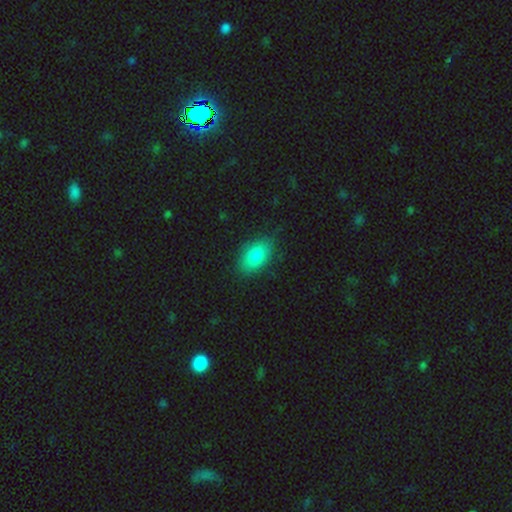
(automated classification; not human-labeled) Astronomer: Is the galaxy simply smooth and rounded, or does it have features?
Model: smooth — 82%.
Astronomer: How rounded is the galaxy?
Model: in between — 90%.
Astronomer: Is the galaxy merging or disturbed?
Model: none — 80%.